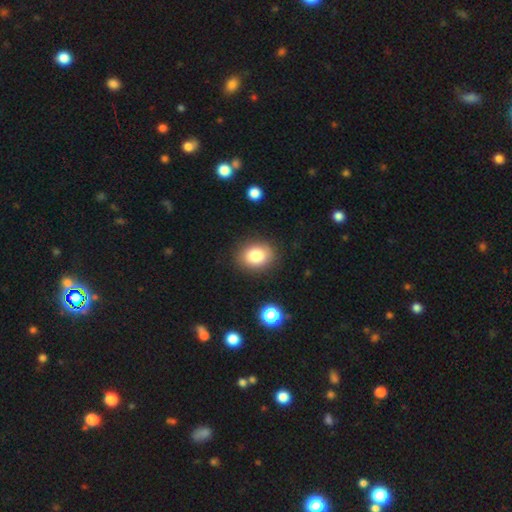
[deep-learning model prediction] Overall: smooth (82%). How rounded: in between (54%; round 45%). Merging: none (87%).